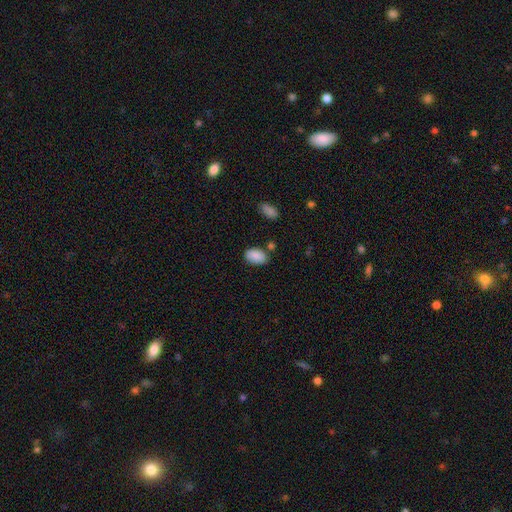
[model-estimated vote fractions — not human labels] This is clearly a smooth galaxy (88%). How rounded: clearly in between (92%). Merging: likely none (77%).